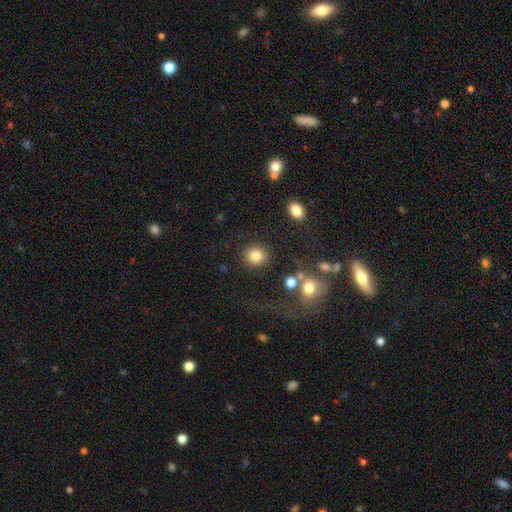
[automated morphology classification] A smooth galaxy with no disk features (83%) that is round (82%).

Vote fractions:
- Smooth or featured? smooth: 83% / star or artifact: 10% / featured or disk: 7%
- How rounded? round: 82% / in between: 17% / cigar-shaped: 1%
- Merging? none: 86% / minor disturbance: 7% / major disturbance: 4% / merger: 3%